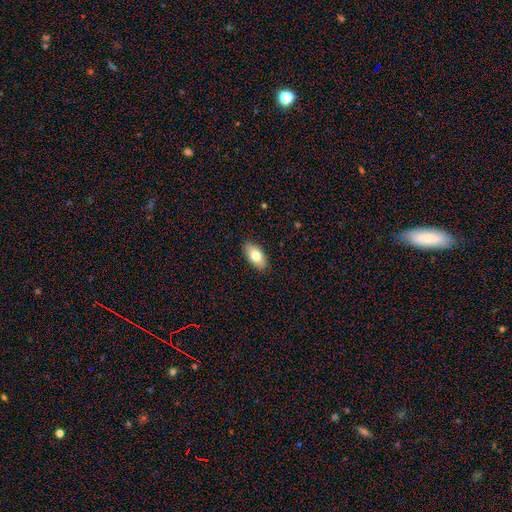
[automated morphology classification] smooth_or_featured: smooth (p=0.76) [alt: featured or disk p=0.17]
how_rounded: in between (p=0.93) [alt: cigar-shaped p=0.04]
merging: none (p=0.89) [alt: minor disturbance p=0.09]